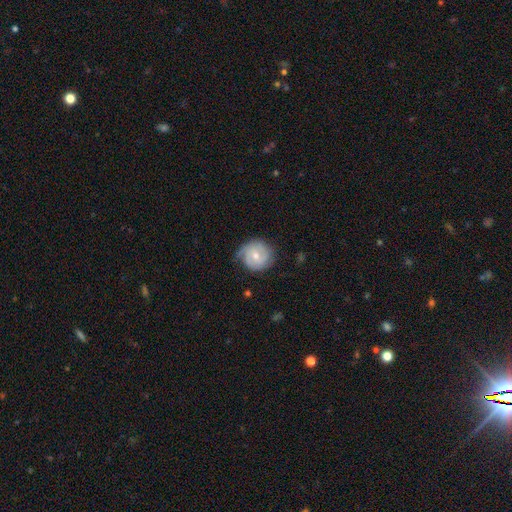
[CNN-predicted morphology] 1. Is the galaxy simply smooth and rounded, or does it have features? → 60% featured or disk, 33% smooth, 6% star or artifact.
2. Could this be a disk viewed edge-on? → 98% no, 2% yes.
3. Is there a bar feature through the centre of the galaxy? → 60% no, 34% weak, 6% strong.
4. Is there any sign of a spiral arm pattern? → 87% yes, 13% no.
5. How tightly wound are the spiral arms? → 59% tight, 30% medium, 10% loose.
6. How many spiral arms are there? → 44% 2, 27% can't tell, 15% 3, 8% 1, 3% 4, 3% more than 4.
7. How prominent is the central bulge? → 53% moderate, 43% small, 2% large, 1% none, 1% dominant.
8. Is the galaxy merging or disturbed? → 65% none, 25% minor disturbance, 8% major disturbance, 1% merger.